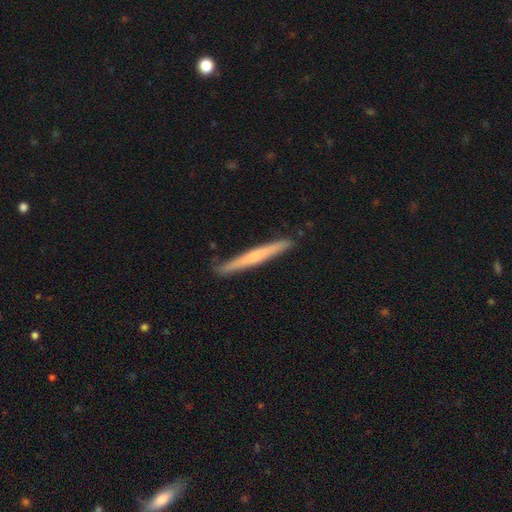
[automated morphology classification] A smooth galaxy with no disk features (49%).

Vote fractions:
- Smooth or featured? smooth: 49% / featured or disk: 46% / star or artifact: 5%
- Merging? none: 88% / minor disturbance: 9% / major disturbance: 1% / merger: 1%